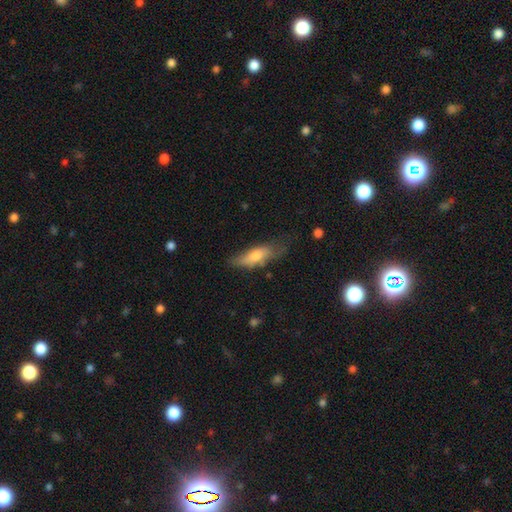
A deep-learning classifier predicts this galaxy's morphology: This appears to be a smooth galaxy with no disk features (68%) that is in between round and cigar-shaped (56%). Merging: none (53%).